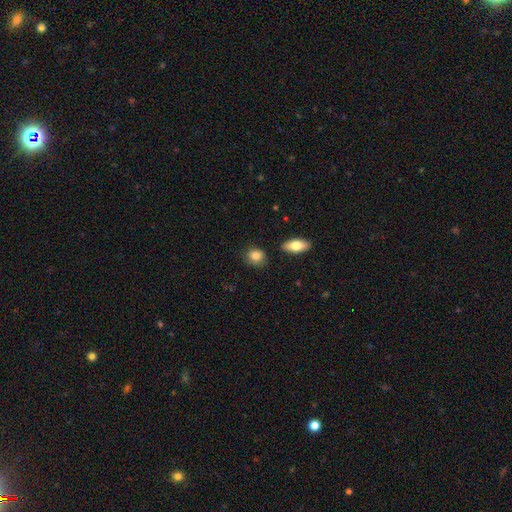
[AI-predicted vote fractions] The model was most divided on "how rounded": round: 54%, in between: 43%, cigar-shaped: 2%. More confident: smooth or featured — smooth (84%); merging — none (78%).